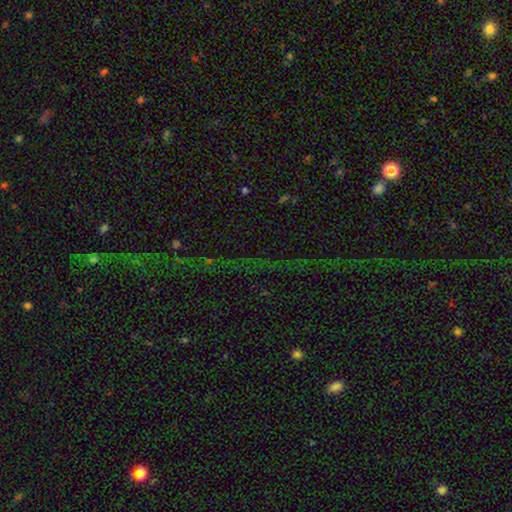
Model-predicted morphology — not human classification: Overall: star or artifact (72%).